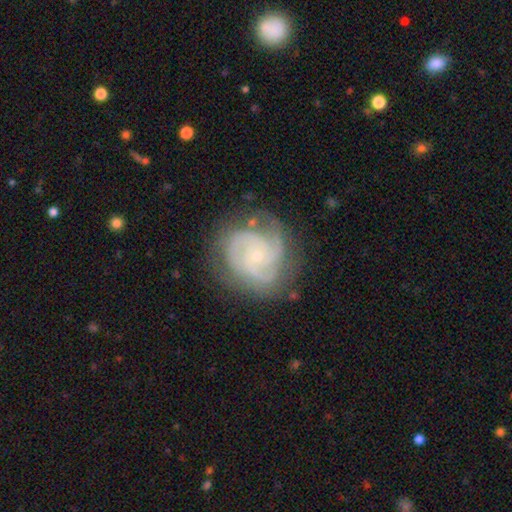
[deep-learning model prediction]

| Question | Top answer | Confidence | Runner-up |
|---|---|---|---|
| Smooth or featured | featured or disk | 88% | smooth (7%) |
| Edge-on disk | no | 98% | yes (2%) |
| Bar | no | 75% | weak (21%) |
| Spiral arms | yes | 97% | no (3%) |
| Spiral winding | tight | 59% | medium (36%) |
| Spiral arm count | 3 | 49% | 2 (16%) |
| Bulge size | small | 81% | moderate (15%) |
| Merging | none | 74% | minor disturbance (17%) |